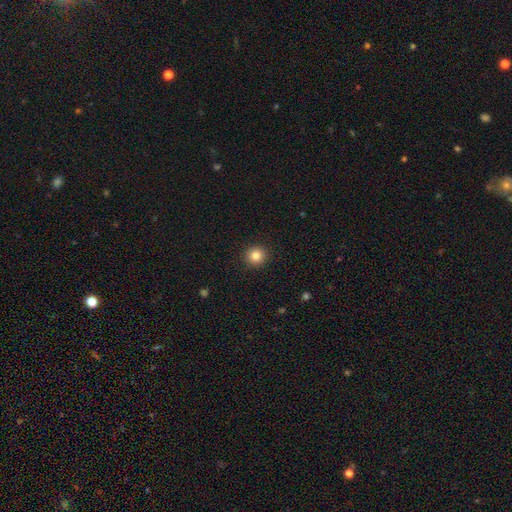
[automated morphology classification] Smooth or featured? smooth (84%)
How rounded? round (92%)
Merging? none (92%)